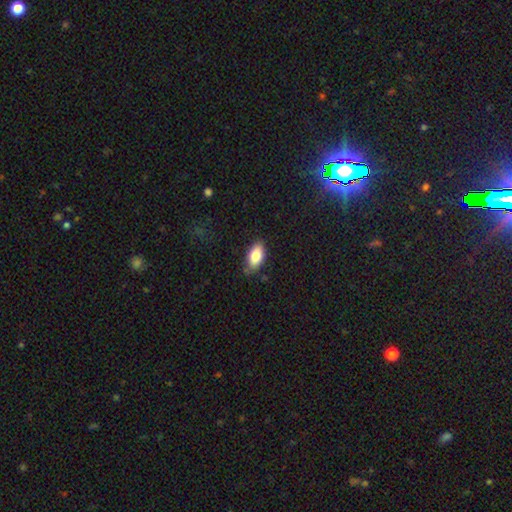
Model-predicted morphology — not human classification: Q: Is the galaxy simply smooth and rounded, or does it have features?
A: smooth — 82%.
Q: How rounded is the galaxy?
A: in between — 91%.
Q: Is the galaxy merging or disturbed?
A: none — 80%.